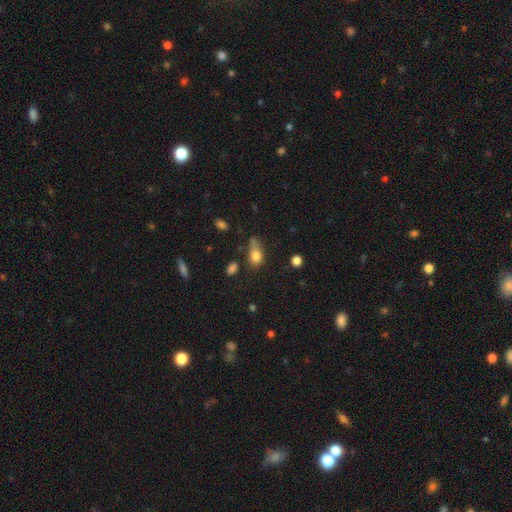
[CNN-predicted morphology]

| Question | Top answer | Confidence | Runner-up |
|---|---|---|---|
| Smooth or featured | smooth | 78% | featured or disk (12%) |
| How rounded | in between | 78% | round (17%) |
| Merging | none | 37% | minor disturbance (34%) |